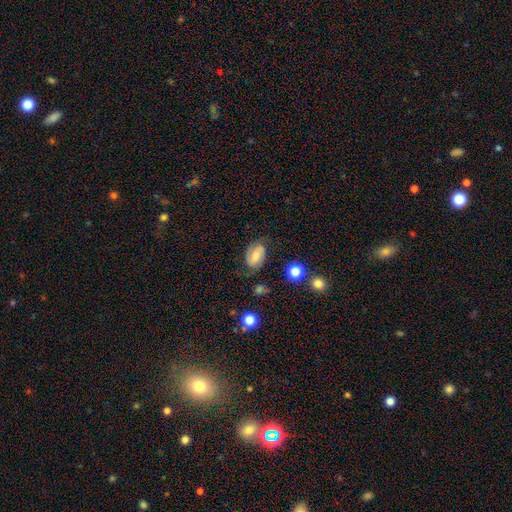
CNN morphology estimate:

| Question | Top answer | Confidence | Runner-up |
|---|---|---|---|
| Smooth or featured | smooth | 49% | featured or disk (42%) |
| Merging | none | 66% | minor disturbance (23%) |